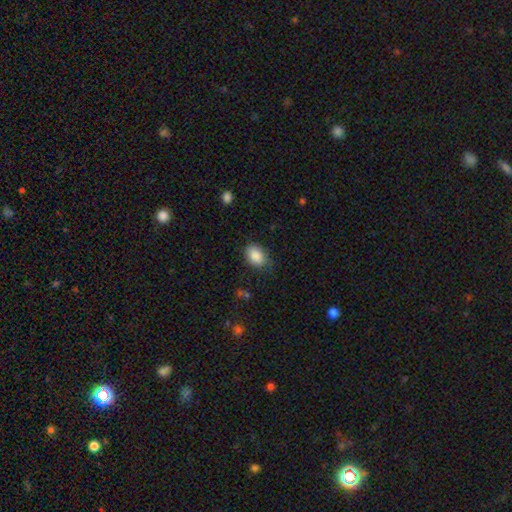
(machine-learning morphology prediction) smooth 88%, star or artifact 8%, featured or disk 5%. Down the decision tree: how rounded — in between (80%); merging — none (77%).